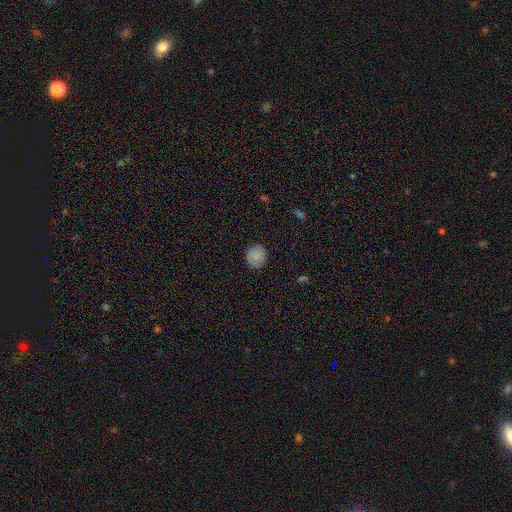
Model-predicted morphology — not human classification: type=smooth (84%); roundness=round (89%); merging=none (88%).